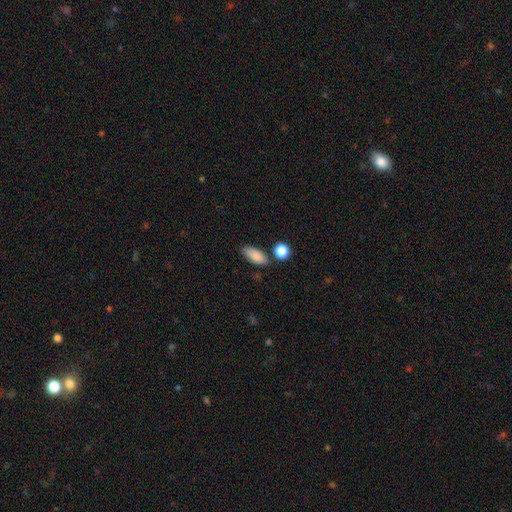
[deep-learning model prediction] Smooth or featured: smooth — 87% (star or artifact — 7%)
How rounded: in between — 85% (cigar-shaped — 11%)
Merging: none — 78% (minor disturbance — 13%)